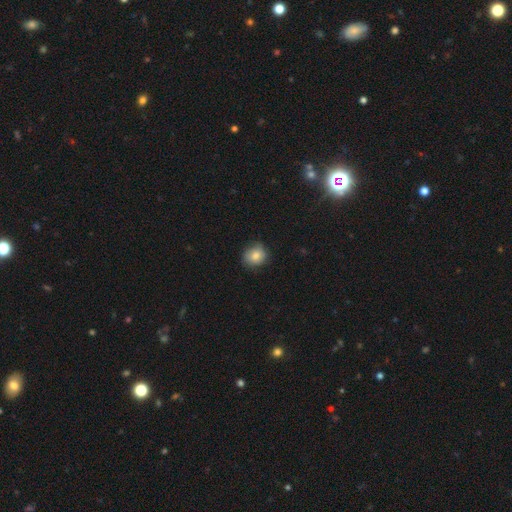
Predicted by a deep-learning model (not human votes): Morphology: type=smooth (83%); roundness=round (76%); merging=none (80%).